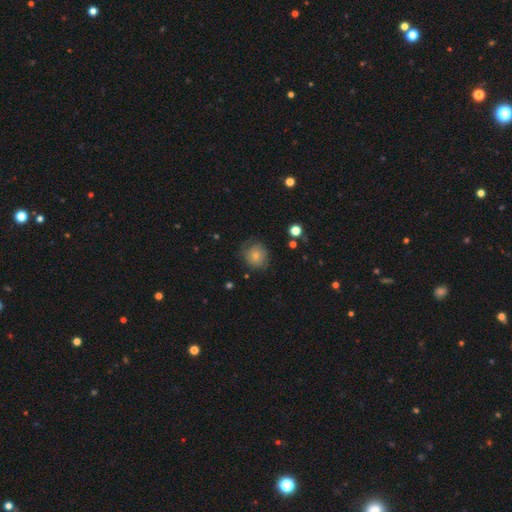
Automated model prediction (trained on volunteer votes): Overall: smooth (64%; featured or disk 27%). How rounded: round (84%). Merging: none (68%).